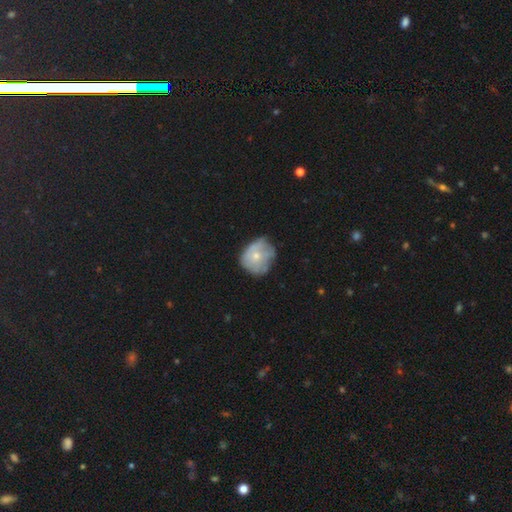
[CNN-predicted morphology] A smooth galaxy with no disk features (51%) that is round (70%).

Vote fractions:
- Smooth or featured? smooth: 51% / featured or disk: 41% / star or artifact: 8%
- How rounded? round: 70% / in between: 29% / cigar-shaped: 1%
- Merging? none: 49% / minor disturbance: 34% / major disturbance: 15% / merger: 3%